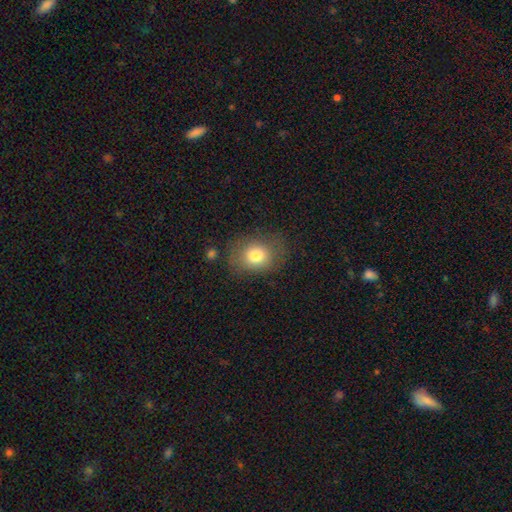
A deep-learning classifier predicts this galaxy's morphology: This is likely a smooth galaxy (78%). How rounded: possibly round (58%). Merging: likely none (73%).